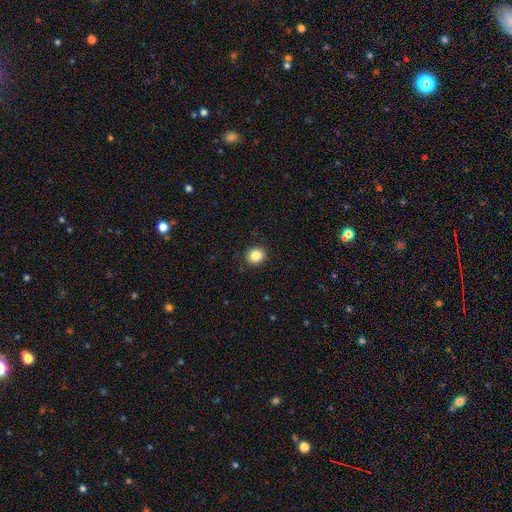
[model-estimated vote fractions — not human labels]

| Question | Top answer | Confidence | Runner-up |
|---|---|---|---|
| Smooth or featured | smooth | 85% | star or artifact (10%) |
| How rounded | round | 84% | in between (15%) |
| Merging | none | 91% | minor disturbance (6%) |